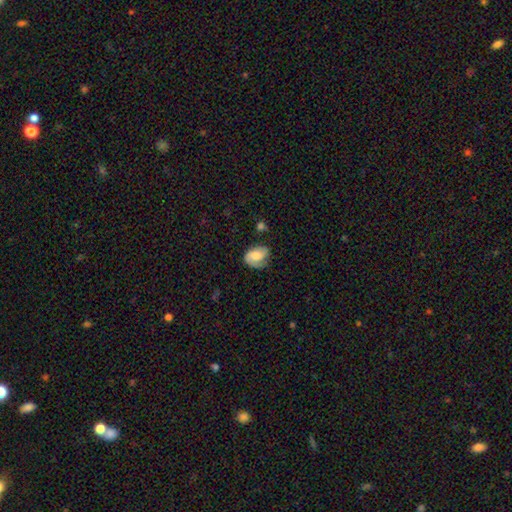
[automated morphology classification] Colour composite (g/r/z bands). It shows a featured or disk galaxy (51%). Merging: none (55%).